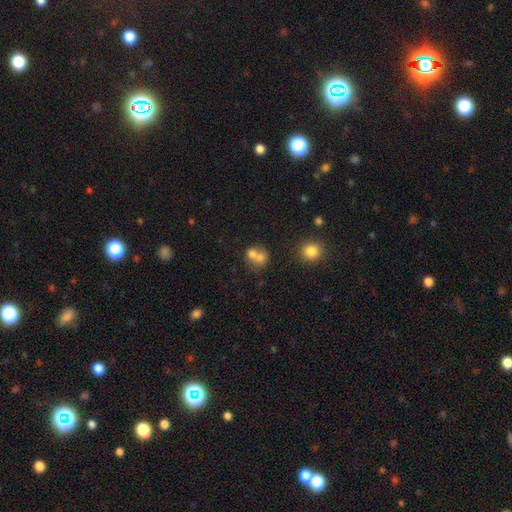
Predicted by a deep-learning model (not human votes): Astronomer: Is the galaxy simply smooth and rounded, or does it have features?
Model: smooth — 69%.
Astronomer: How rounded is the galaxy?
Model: round — 69%.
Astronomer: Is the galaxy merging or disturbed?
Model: merger — 63%.